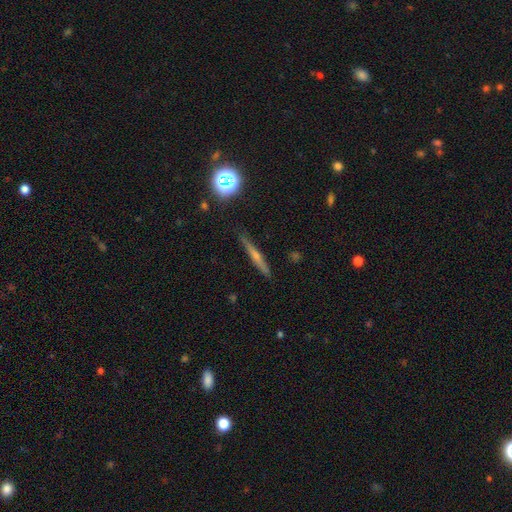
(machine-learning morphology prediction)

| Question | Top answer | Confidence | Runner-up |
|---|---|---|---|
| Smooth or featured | featured or disk | 60% | smooth (29%) |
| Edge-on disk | yes | 97% | no (3%) |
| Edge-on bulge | rounded | 67% | none (26%) |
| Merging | none | 89% | minor disturbance (8%) |